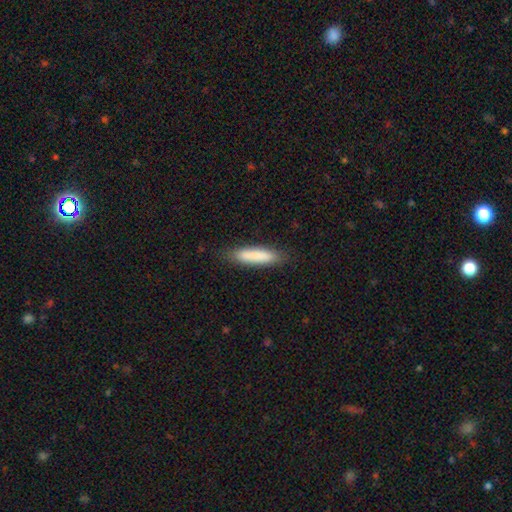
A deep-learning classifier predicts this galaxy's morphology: smooth_or_featured: smooth (p=0.85) [alt: featured or disk p=0.09]
how_rounded: cigar-shaped (p=0.78) [alt: in between p=0.20]
merging: none (p=0.85) [alt: minor disturbance p=0.12]